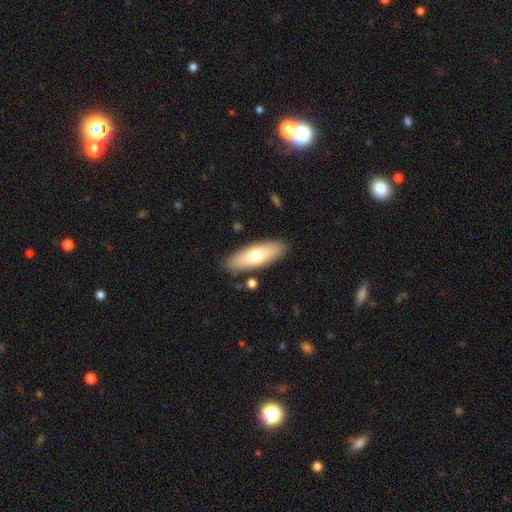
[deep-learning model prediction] The model was most divided on "how rounded": in between: 59%, cigar-shaped: 39%, round: 2%. More confident: merging — none (87%); smooth or featured — smooth (64%).